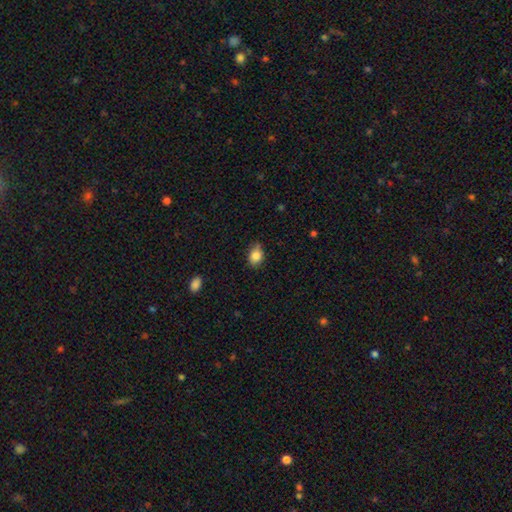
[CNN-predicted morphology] smooth-or-featured: smooth: 85% | star or artifact: 9% | featured or disk: 6%
  how-rounded: in between: 60% | round: 39% | cigar-shaped: 1%
  merging: none: 66% | minor disturbance: 28% | major disturbance: 4% | merger: 2%